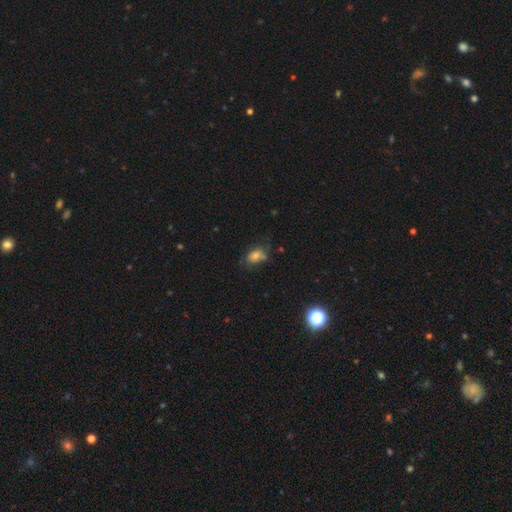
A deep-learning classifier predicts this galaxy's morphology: Overall: smooth (71%). How rounded: in between (77%). Merging: none (51%; minor disturbance 28%).